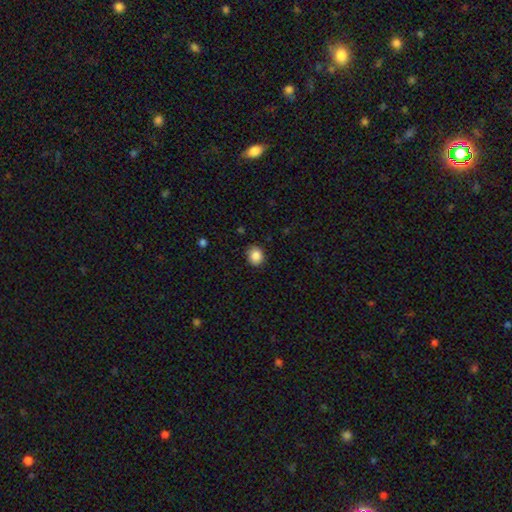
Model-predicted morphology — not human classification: smooth 87%, star or artifact 9%, featured or disk 4%. Down the decision tree: how rounded — round (70%); merging — none (86%).